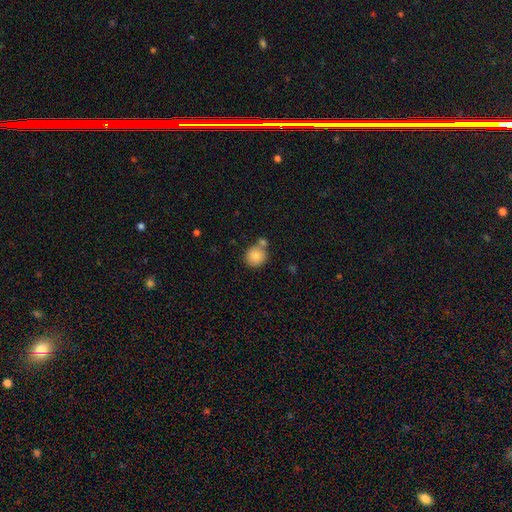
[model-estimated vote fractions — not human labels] Overall: smooth (83%). How rounded: round (87%). Merging: none (61%; merger 25%).